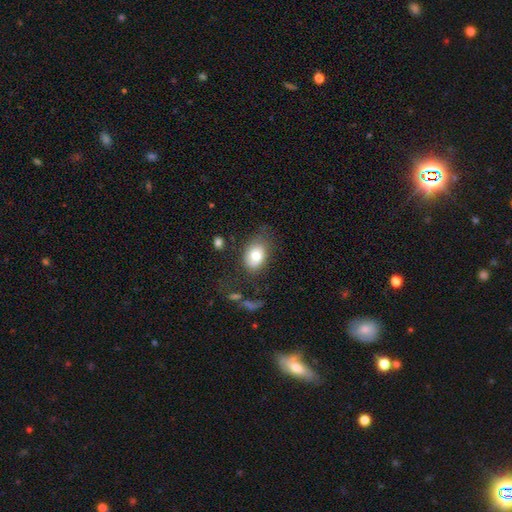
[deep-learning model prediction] A smooth galaxy with no disk features (77%) that is in between round and cigar-shaped (77%).

Vote fractions:
- Smooth or featured? smooth: 77% / featured or disk: 14% / star or artifact: 8%
- How rounded? in between: 77% / round: 21% / cigar-shaped: 1%
- Merging? none: 65% / minor disturbance: 21% / major disturbance: 10% / merger: 3%